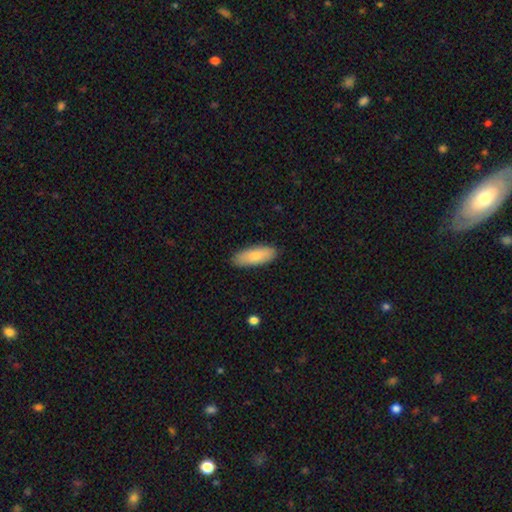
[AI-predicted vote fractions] This appears to be a smooth galaxy with no disk features (81%) that is in between round and cigar-shaped (74%). Merging: none (86%).